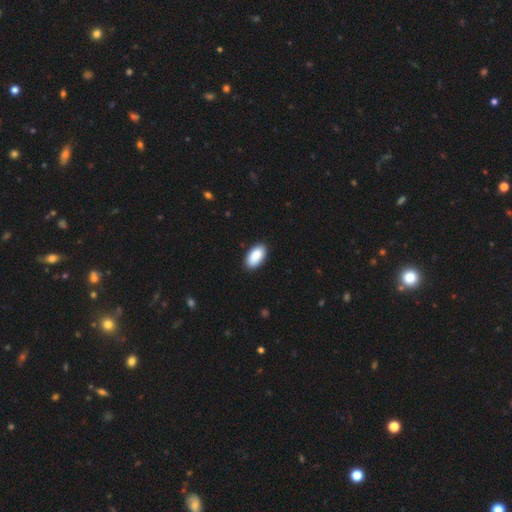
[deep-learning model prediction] A smooth galaxy with no disk features (90%) that is in between round and cigar-shaped (95%). Merging: none (89%).